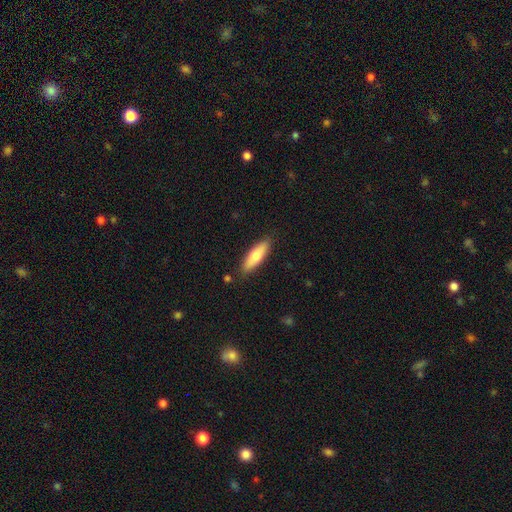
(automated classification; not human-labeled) A smooth galaxy with no disk features (72%) that is cigar-shaped (58%). Merging: none (86%).